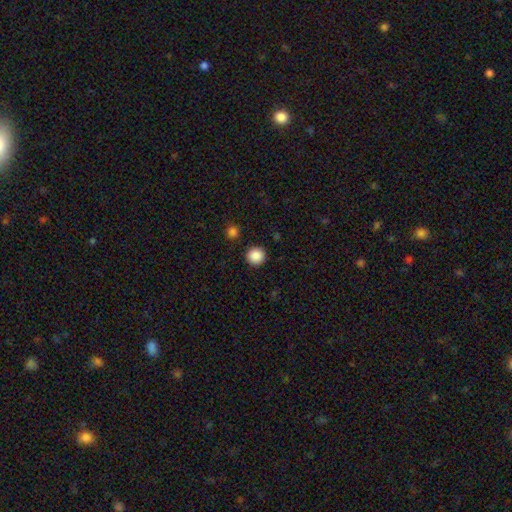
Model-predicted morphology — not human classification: Q: Smooth or featured?
A: smooth (88%); runner-up: star or artifact (10%)
Q: How rounded?
A: round (95%); runner-up: in between (4%)
Q: Merging?
A: none (91%); runner-up: minor disturbance (5%)